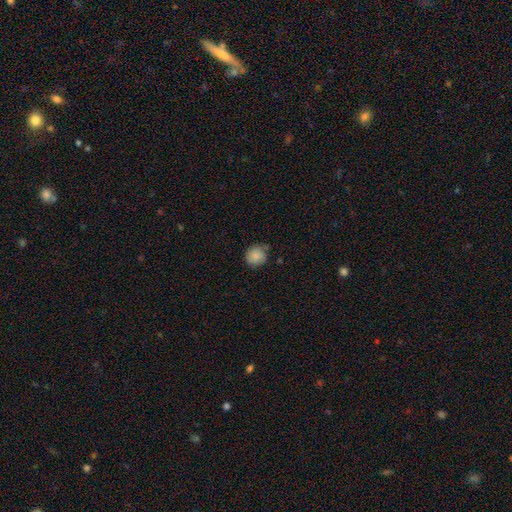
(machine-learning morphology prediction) Smooth or featured?
  - smooth: 86% *
  - star or artifact: 8%
  - featured or disk: 6%
How rounded?
  - round: 88% *
  - in between: 11%
  - cigar-shaped: 1%
Merging?
  - none: 73% *
  - minor disturbance: 21%
  - major disturbance: 4%
  - merger: 3%